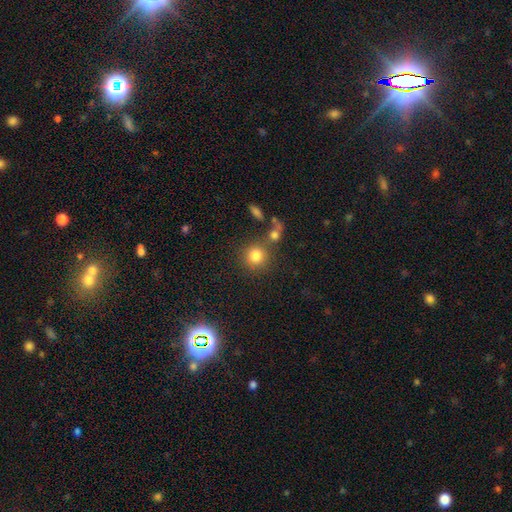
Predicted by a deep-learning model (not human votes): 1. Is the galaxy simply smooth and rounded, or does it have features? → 80% smooth, 12% star or artifact, 8% featured or disk.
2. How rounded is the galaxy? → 90% round, 9% in between, 1% cigar-shaped.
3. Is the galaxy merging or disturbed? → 69% none, 16% merger, 10% minor disturbance, 5% major disturbance.